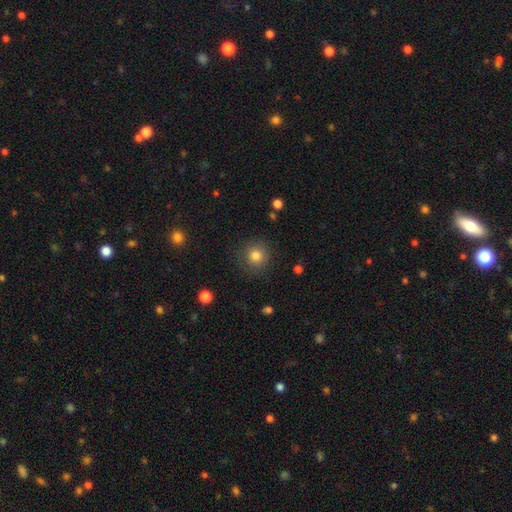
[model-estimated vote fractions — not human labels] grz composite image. It shows a smooth galaxy with no disk features (82%) that is round (93%). Merging: none (86%).